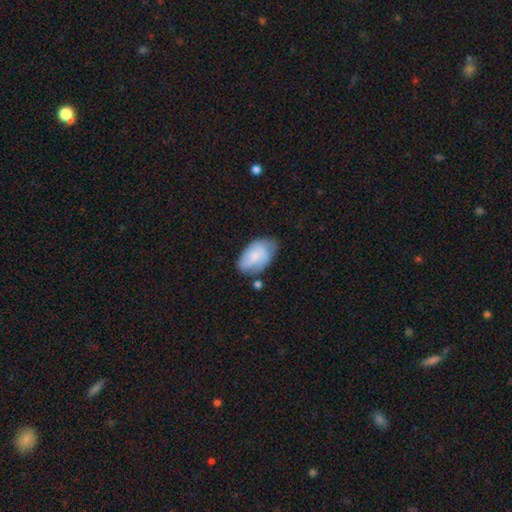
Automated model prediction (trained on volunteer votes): Smooth or featured?
  - smooth: 61% *
  - featured or disk: 32%
  - star or artifact: 7%
How rounded?
  - in between: 91% *
  - round: 7%
  - cigar-shaped: 2%
Merging?
  - none: 51% *
  - minor disturbance: 33%
  - major disturbance: 10%
  - merger: 6%